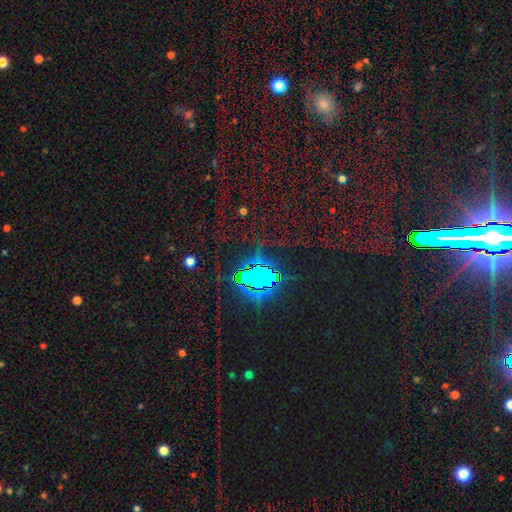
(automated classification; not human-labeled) smooth-or-featured: star or artifact: 83% | smooth: 9% | featured or disk: 8%